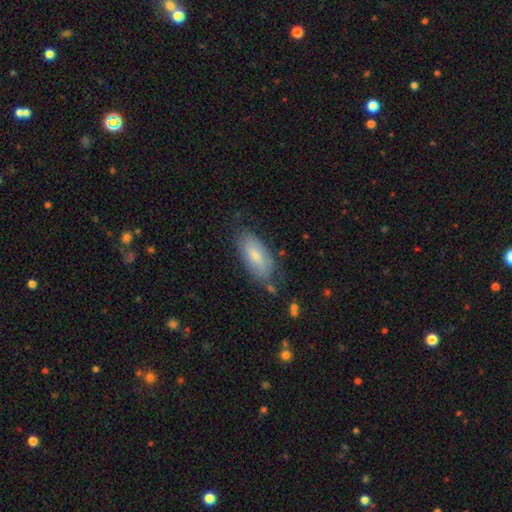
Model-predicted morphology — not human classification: Overall: smooth (75%). How rounded: in between (87%). Merging: none (70%).